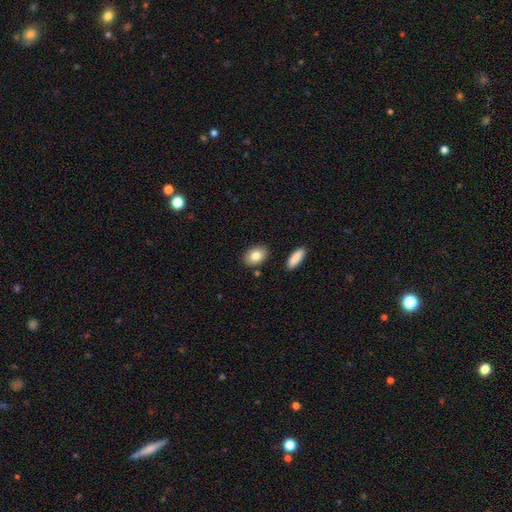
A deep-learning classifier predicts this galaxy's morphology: smooth_or_featured: smooth (p=0.82) [alt: featured or disk p=0.10]
how_rounded: in between (p=0.81) [alt: round p=0.18]
merging: none (p=0.84) [alt: minor disturbance p=0.09]